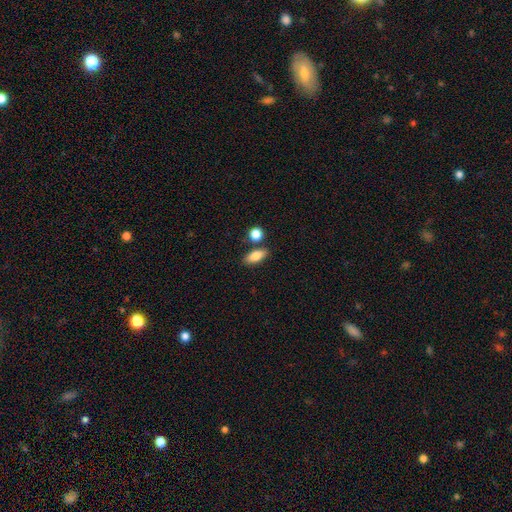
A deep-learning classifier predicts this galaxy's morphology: Smooth or featured?
  - smooth: 82% *
  - featured or disk: 10%
  - star or artifact: 8%
How rounded?
  - in between: 80% *
  - cigar-shaped: 13%
  - round: 7%
Merging?
  - none: 76% *
  - minor disturbance: 11%
  - merger: 10%
  - major disturbance: 3%